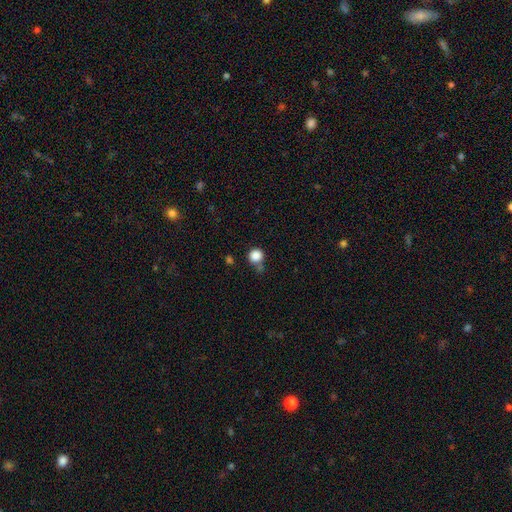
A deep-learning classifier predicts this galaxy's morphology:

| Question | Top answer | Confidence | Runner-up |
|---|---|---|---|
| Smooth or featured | smooth | 86% | star or artifact (10%) |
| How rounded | round | 91% | in between (8%) |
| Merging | none | 63% | minor disturbance (17%) |